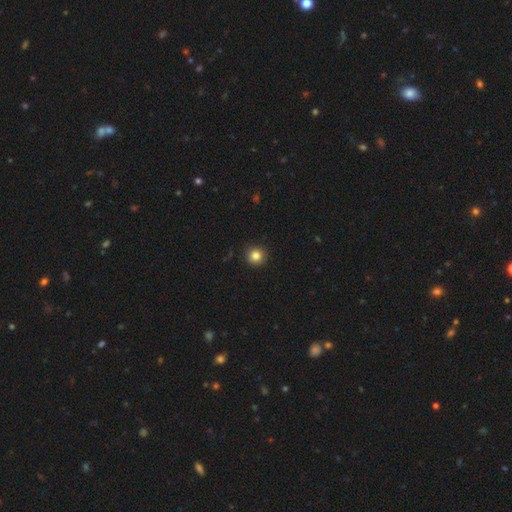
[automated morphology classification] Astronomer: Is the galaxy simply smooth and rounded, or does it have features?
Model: smooth — 84%.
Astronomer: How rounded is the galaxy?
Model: round — 94%.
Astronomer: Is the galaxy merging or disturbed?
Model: none — 91%.